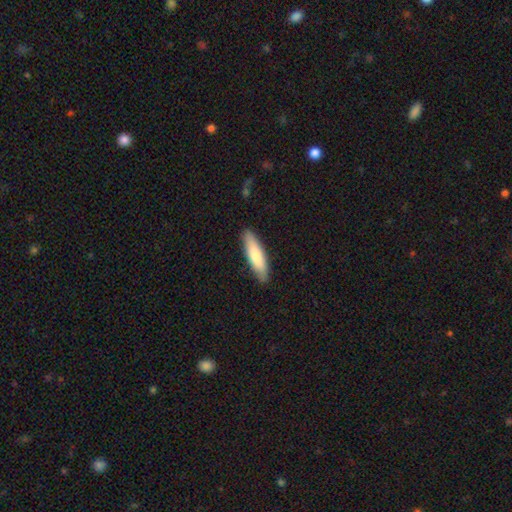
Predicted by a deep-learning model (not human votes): This appears to be a smooth galaxy with no disk features (79%) that is cigar-shaped (66%). Merging: none (88%).